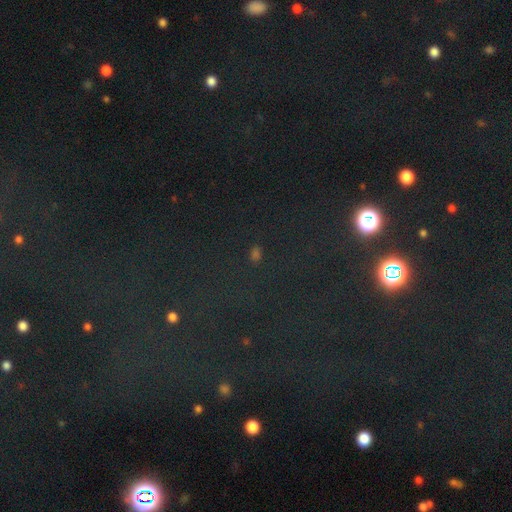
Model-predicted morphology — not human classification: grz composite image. It shows a star or artifact, not a galaxy (67%).